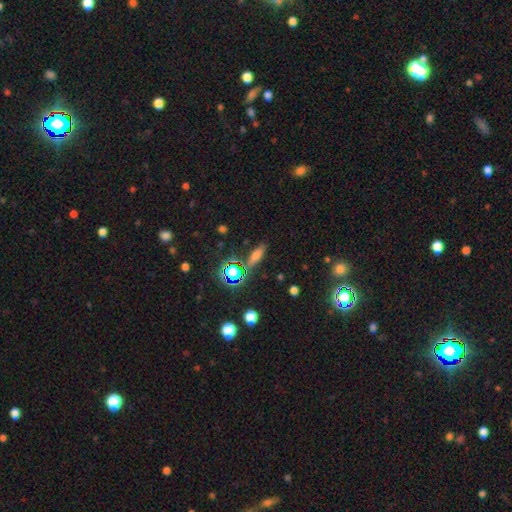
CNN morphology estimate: smooth_or_featured: smooth (p=0.59) [alt: star or artifact p=0.22]
how_rounded: cigar-shaped (p=0.50) [alt: in between p=0.42]
merging: none (p=0.80) [alt: minor disturbance p=0.12]